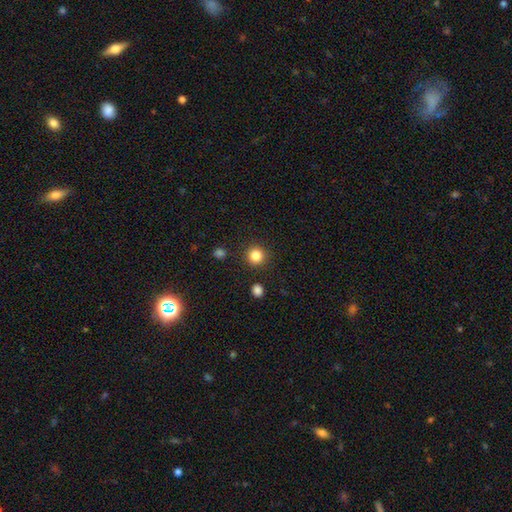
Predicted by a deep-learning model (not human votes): Smooth or featured? smooth (84%)
How rounded? round (94%)
Merging? none (90%)